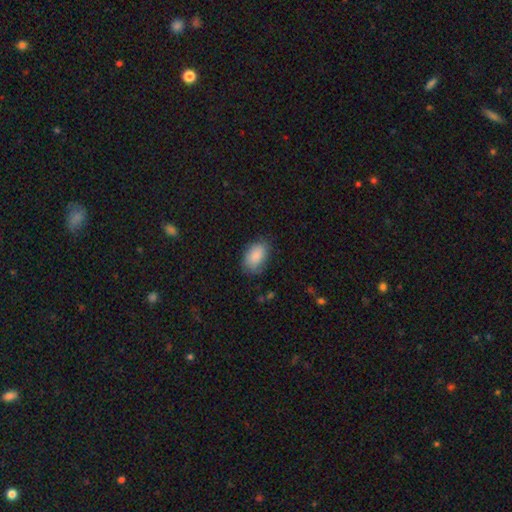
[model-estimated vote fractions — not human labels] smooth_or_featured: smooth (p=0.88) [alt: star or artifact p=0.07]
how_rounded: in between (p=0.90) [alt: round p=0.08]
merging: none (p=0.75) [alt: minor disturbance p=0.19]